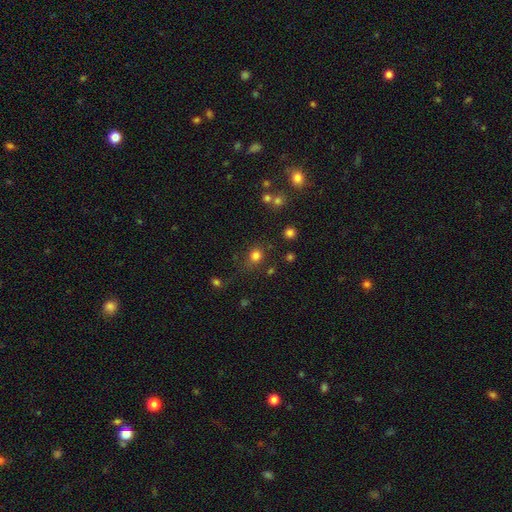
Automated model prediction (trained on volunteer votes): Smooth or featured?
  - smooth: 79% *
  - star or artifact: 16%
  - featured or disk: 5%
How rounded?
  - round: 81% *
  - in between: 18%
  - cigar-shaped: 1%
Merging?
  - none: 75% *
  - minor disturbance: 13%
  - major disturbance: 6%
  - merger: 5%